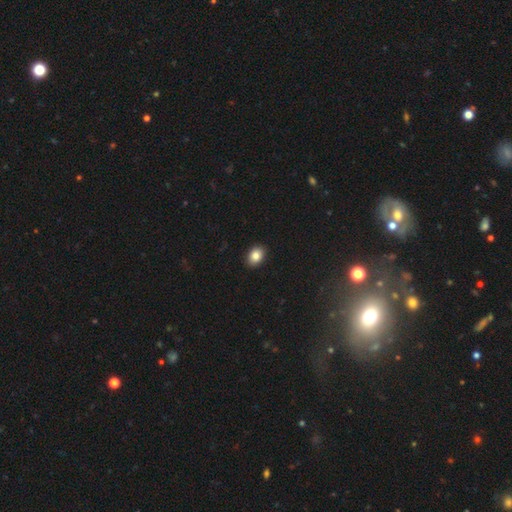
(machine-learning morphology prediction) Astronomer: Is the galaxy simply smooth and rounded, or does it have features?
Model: smooth — 85%.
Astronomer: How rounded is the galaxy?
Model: in between — 73%.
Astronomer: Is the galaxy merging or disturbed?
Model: none — 91%.